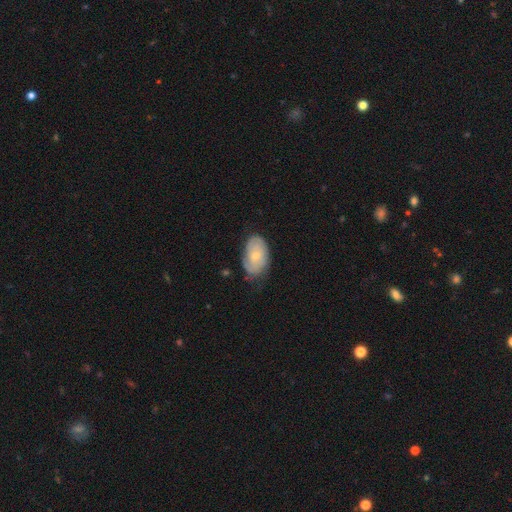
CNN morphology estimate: A featured or disk galaxy (54%) with no bar (74%), spiral arms (77%) and a small central bulge (55%). Merging: none (64%).